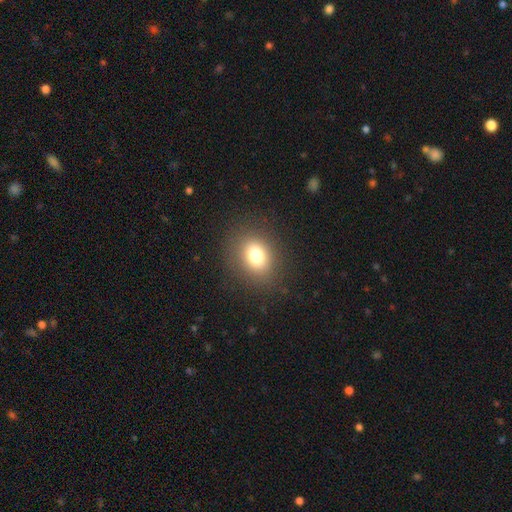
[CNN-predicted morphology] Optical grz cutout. It shows a smooth galaxy with no disk features (76%) that is round (54%). Merging: none (86%).